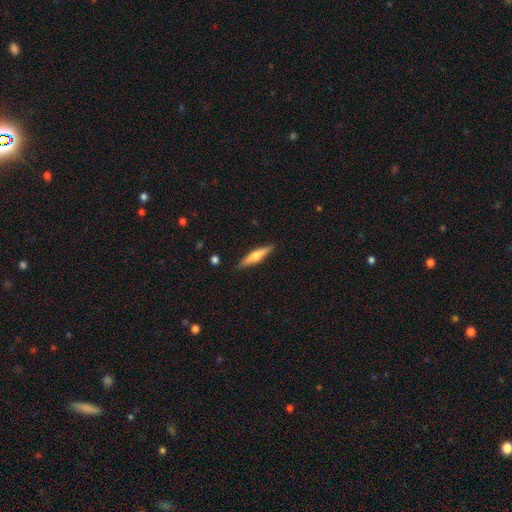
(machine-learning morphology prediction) Smooth or featured?
  - featured or disk: 49% *
  - smooth: 45%
  - star or artifact: 6%
Merging?
  - none: 88% *
  - minor disturbance: 9%
  - major disturbance: 2%
  - merger: 1%